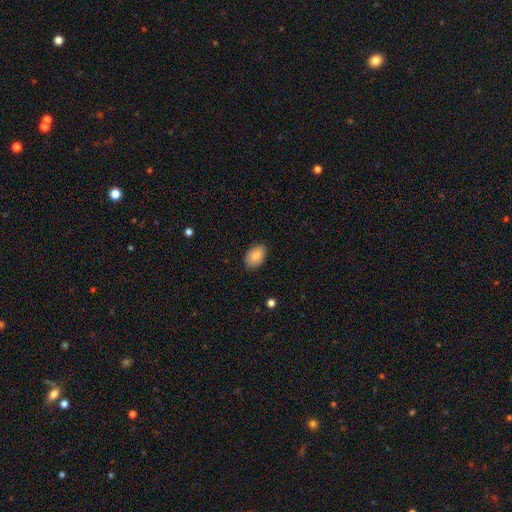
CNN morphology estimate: A smooth galaxy with no disk features (86%) that is in between round and cigar-shaped (87%). Merging: none (84%).